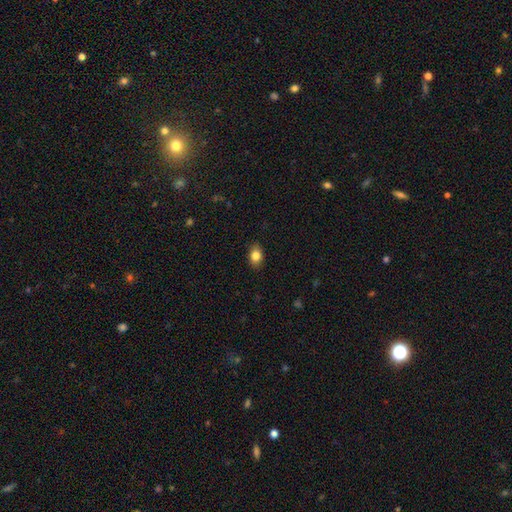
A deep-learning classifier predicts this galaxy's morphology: Overall: smooth (83%). How rounded: in between (75%). Merging: none (85%).